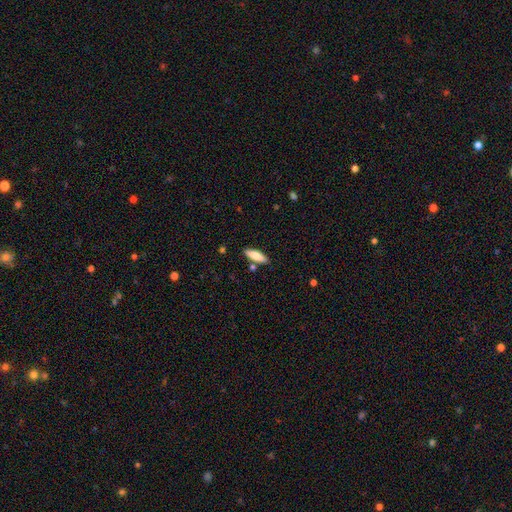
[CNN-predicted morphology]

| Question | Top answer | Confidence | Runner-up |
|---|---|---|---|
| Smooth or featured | smooth | 79% | featured or disk (16%) |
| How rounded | cigar-shaped | 51% | in between (47%) |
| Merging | none | 83% | minor disturbance (10%) |